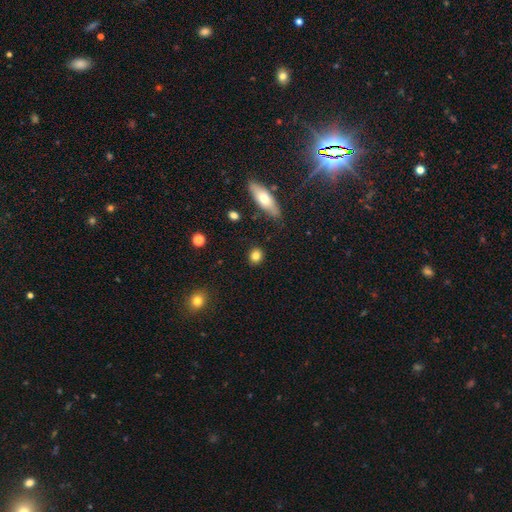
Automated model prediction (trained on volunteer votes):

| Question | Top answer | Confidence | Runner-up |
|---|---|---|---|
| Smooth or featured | smooth | 83% | star or artifact (9%) |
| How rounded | round | 75% | in between (23%) |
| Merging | none | 87% | minor disturbance (9%) |